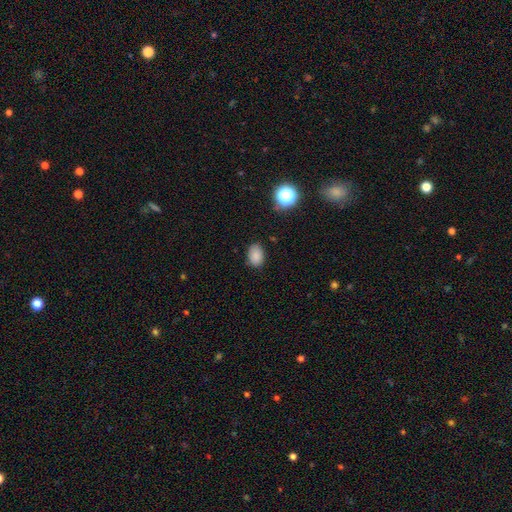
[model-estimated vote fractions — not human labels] The model was most divided on "how rounded": in between: 79%, round: 20%, cigar-shaped: 1%. More confident: smooth or featured — smooth (84%); merging — none (81%).